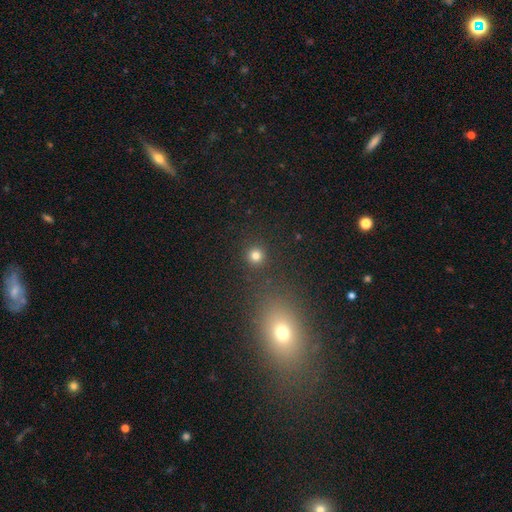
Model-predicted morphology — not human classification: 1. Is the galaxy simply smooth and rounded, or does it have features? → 80% smooth, 15% star or artifact, 5% featured or disk.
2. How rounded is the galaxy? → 94% round, 5% in between, 1% cigar-shaped.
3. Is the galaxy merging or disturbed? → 90% none, 5% minor disturbance, 3% merger, 2% major disturbance.